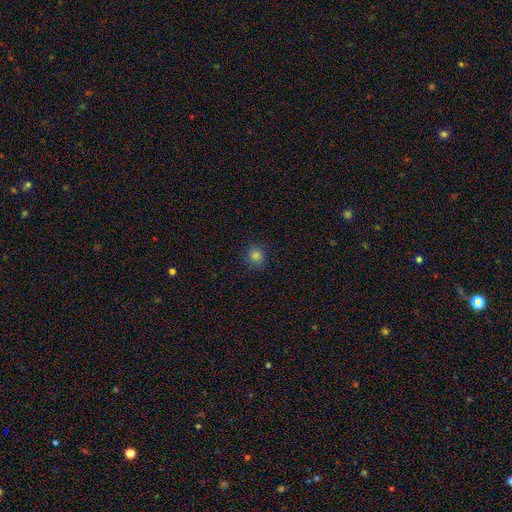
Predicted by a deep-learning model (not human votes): Smooth or featured?
  - smooth: 82% *
  - star or artifact: 14%
  - featured or disk: 4%
How rounded?
  - round: 88% *
  - in between: 11%
  - cigar-shaped: 1%
Merging?
  - none: 87% *
  - minor disturbance: 9%
  - major disturbance: 2%
  - merger: 1%